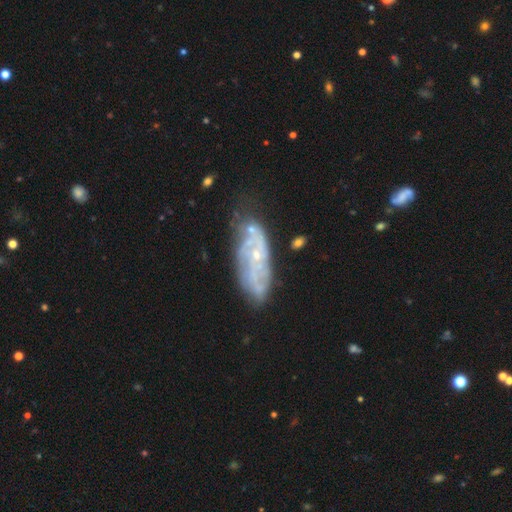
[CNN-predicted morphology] Smooth or featured: featured or disk — 79% (smooth — 14%)
Edge-on disk: no — 90% (yes — 10%)
Bar: no — 73% (weak — 22%)
Spiral arms: yes — 84% (no — 16%)
Spiral winding: tight — 53% (medium — 35%)
Spiral arm count: can't tell — 44% (2 — 21%)
Bulge size: small — 76% (moderate — 19%)
Merging: none — 61% (minor disturbance — 24%)